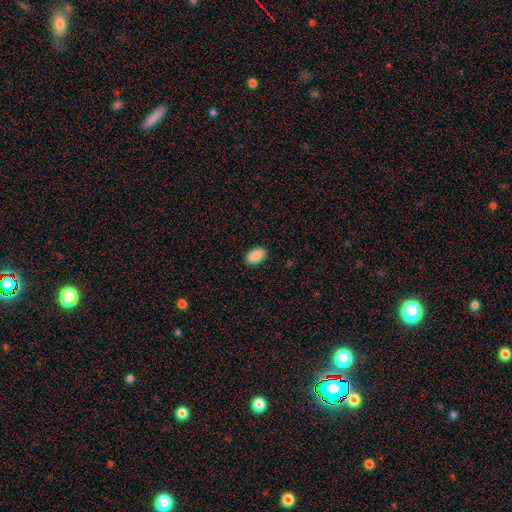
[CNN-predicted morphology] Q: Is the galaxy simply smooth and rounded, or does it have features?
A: smooth — 90%.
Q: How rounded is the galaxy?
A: in between — 93%.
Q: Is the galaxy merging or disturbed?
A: none — 89%.